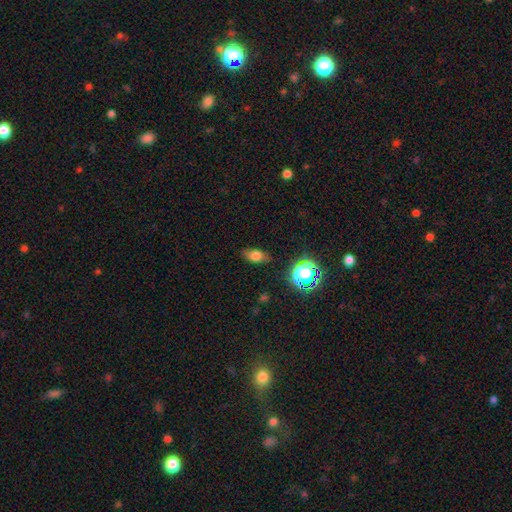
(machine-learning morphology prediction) This is likely a smooth galaxy (72%). How rounded: clearly in between (81%). Merging: clearly none (82%).